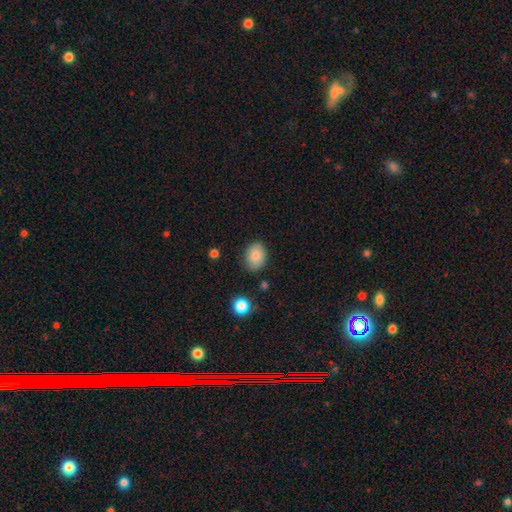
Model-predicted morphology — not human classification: smooth_or_featured: smooth (p=0.81) [alt: featured or disk p=0.11]
how_rounded: in between (p=0.60) [alt: round p=0.39]
merging: none (p=0.84) [alt: minor disturbance p=0.11]